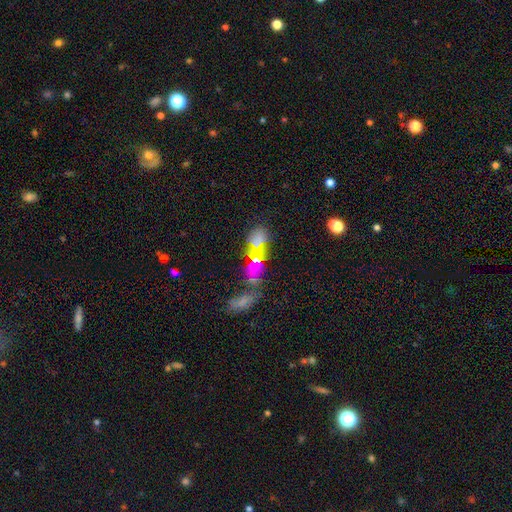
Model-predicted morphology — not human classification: This appears to be a smooth galaxy with no disk features (48%). Merging: merger (43%).